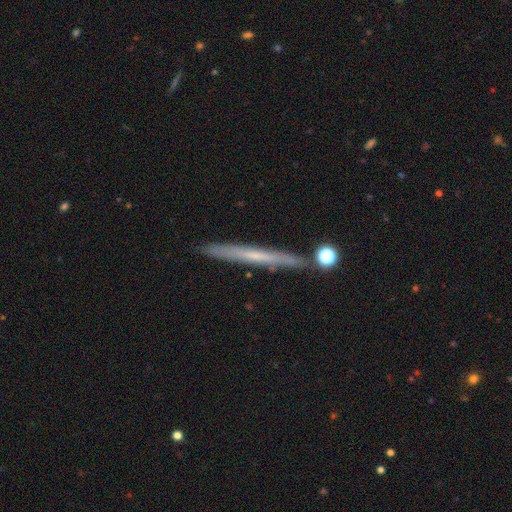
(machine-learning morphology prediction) Overall: featured or disk (50%; smooth 42%). Edge-on disk: yes (94%). Merging: none (84%).